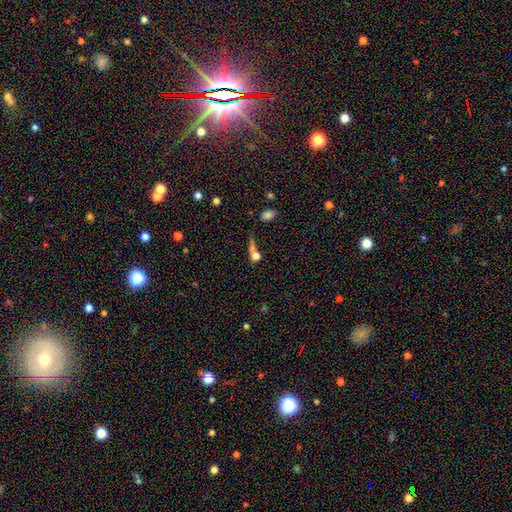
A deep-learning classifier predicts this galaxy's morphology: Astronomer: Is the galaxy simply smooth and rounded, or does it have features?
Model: smooth — 69%.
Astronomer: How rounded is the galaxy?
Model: round — 59%.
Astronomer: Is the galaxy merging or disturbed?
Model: merger — 40% (runner-up: none, 35%).